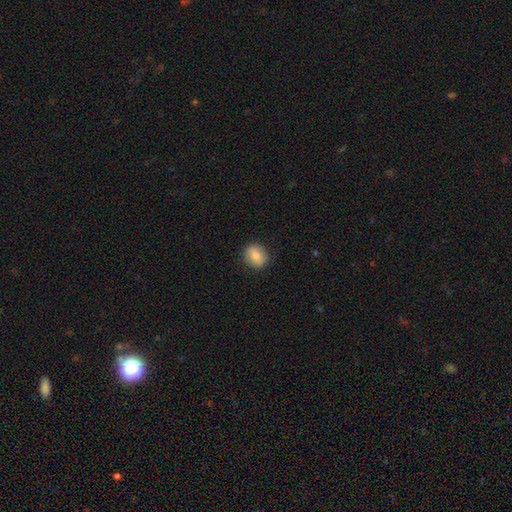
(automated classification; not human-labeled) smooth_or_featured: smooth (p=0.80) [alt: featured or disk p=0.12]
how_rounded: round (p=0.68) [alt: in between p=0.30]
merging: none (p=0.88) [alt: minor disturbance p=0.09]